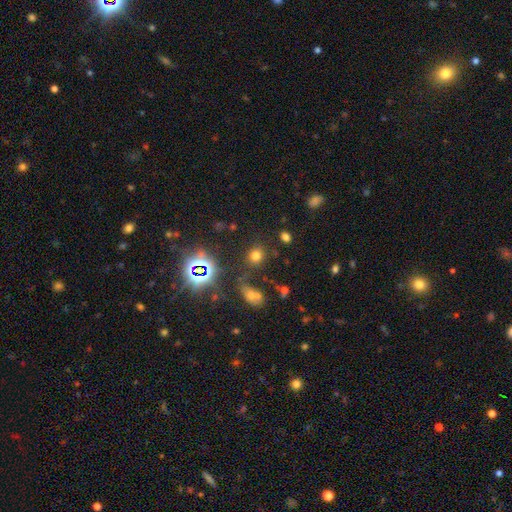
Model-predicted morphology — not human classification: type=smooth (65%); roundness=round (76%); merging=none (78%).